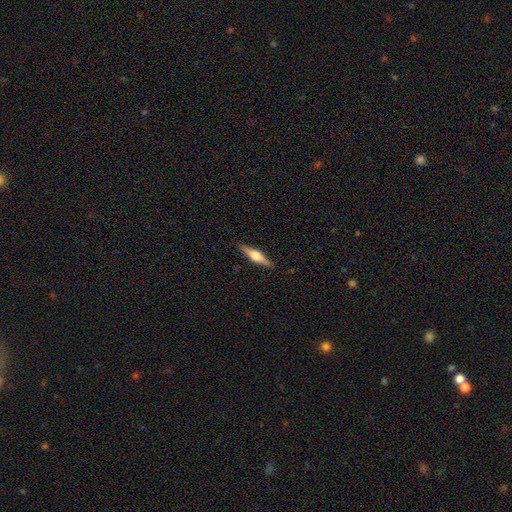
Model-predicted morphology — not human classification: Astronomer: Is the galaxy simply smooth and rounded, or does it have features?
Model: featured or disk — 71%.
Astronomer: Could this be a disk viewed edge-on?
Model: yes — 98%.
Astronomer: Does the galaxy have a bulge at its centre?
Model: rounded — 92%.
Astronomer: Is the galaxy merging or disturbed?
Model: none — 90%.